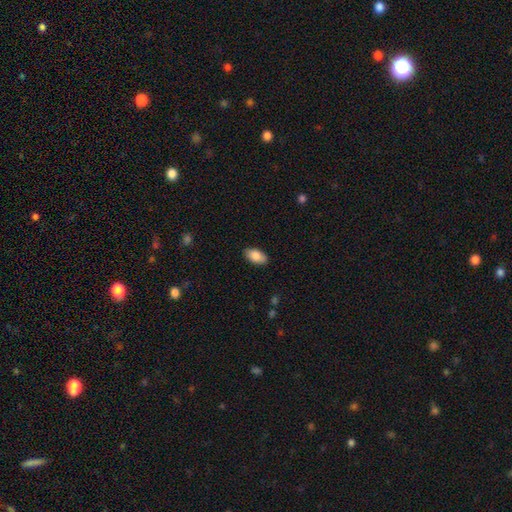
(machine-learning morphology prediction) type=smooth (87%); roundness=in between (94%); merging=none (87%).